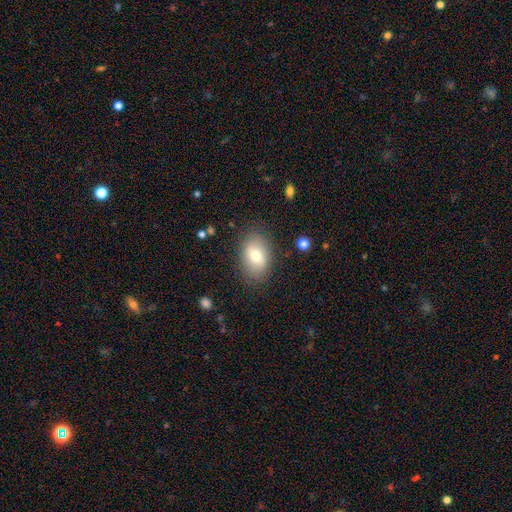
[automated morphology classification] smooth_or_featured: smooth (p=0.74) [alt: featured or disk p=0.18]
how_rounded: in between (p=0.84) [alt: round p=0.15]
merging: none (p=0.83) [alt: minor disturbance p=0.11]